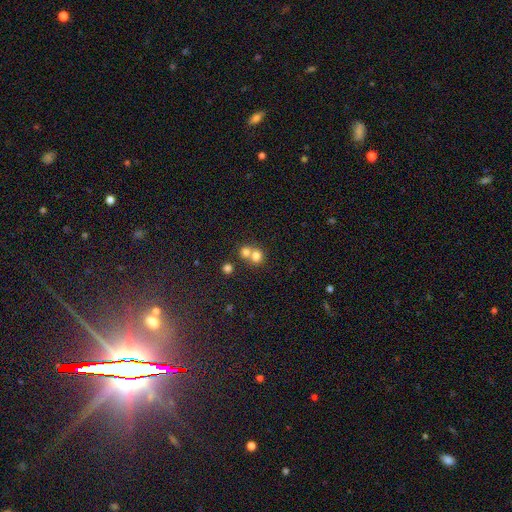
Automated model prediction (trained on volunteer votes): A smooth galaxy with no disk features (75%) that is round (82%). Merging: merger (55%).